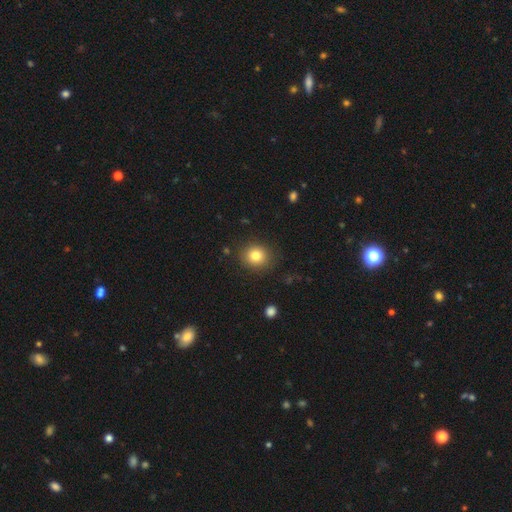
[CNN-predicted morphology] A smooth galaxy with no disk features (82%) that is round (82%). Merging: none (87%).